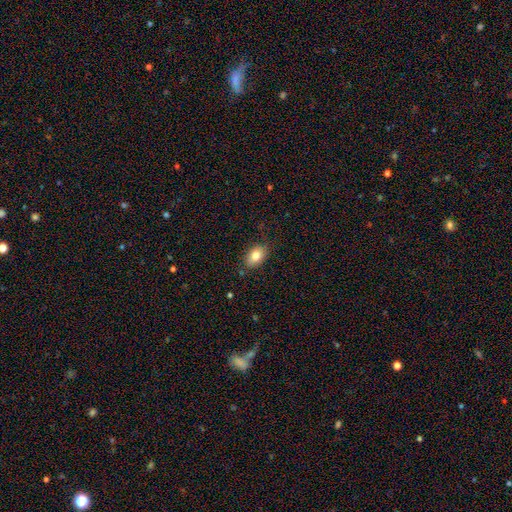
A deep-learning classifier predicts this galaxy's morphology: Overall: smooth (81%). How rounded: in between (85%). Merging: none (81%).